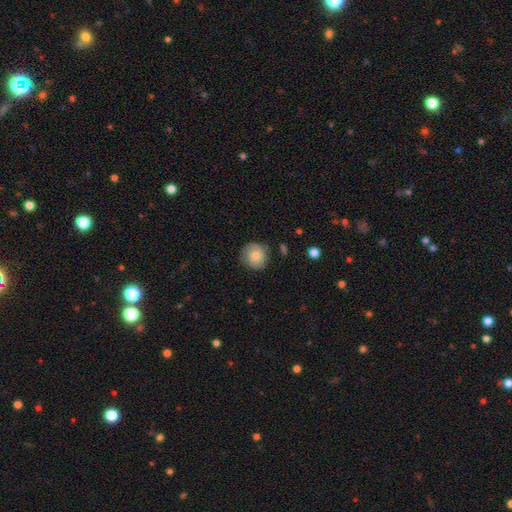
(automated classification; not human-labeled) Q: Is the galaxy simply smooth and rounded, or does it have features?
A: smooth — 66%.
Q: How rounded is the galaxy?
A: round — 89%.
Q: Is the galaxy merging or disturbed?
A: none — 77%.